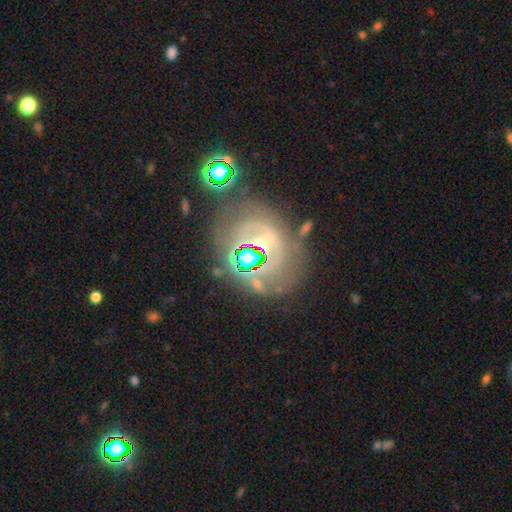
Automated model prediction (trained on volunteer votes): Smooth or featured: featured or disk — 56% (star or artifact — 31%)
Edge-on disk: no — 94% (yes — 6%)
Bar: no — 39% (weak — 33%)
Spiral arms: yes — 70% (no — 30%)
Bulge size: small — 41% (moderate — 38%)
Merging: none — 69% (minor disturbance — 15%)